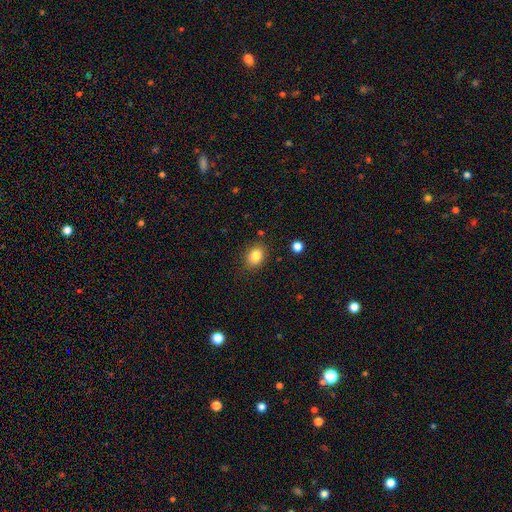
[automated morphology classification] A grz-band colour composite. It shows a smooth galaxy with no disk features (83%) that is in between round and cigar-shaped (60%). Merging: none (85%).